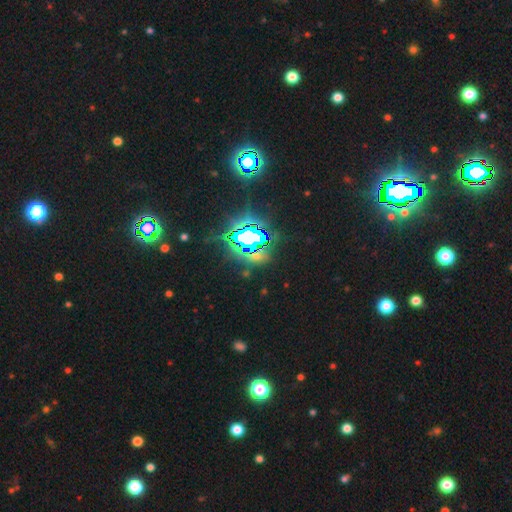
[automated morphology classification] smooth-or-featured: star or artifact: 78% | smooth: 12% | featured or disk: 10%